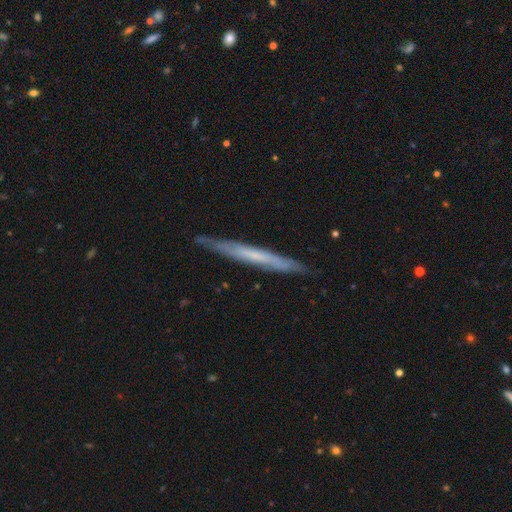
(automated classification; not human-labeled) Morphology: type=featured or disk (57%); edge-on=yes (90%); edge-on bulge=none (83%); merging=none (86%).